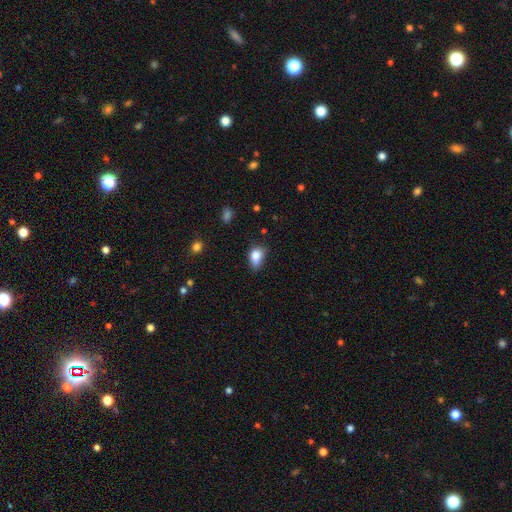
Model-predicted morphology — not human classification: smooth 81%, star or artifact 10%, featured or disk 9%. Down the decision tree: how rounded — in between (74%); merging — minor disturbance (43%).